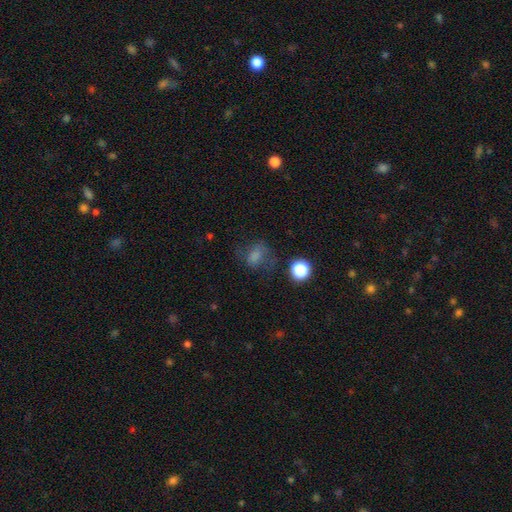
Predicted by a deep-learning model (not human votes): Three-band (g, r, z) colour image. It shows a smooth galaxy with no disk features (71%) that is in between round and cigar-shaped (59%). Merging: none (52%).